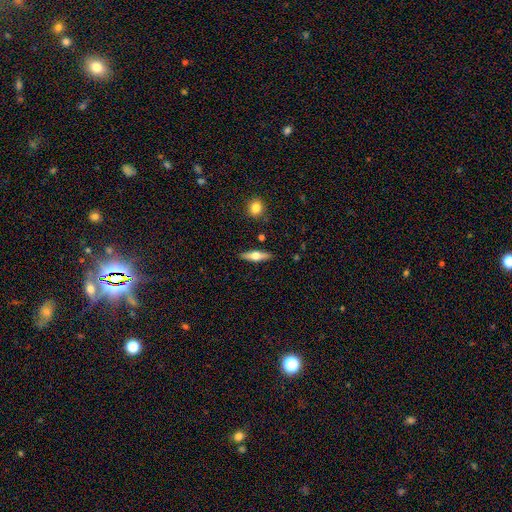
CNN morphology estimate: smooth_or_featured: featured or disk (p=0.53) [alt: smooth p=0.41]
disk_edge_on: yes (p=0.93) [alt: no p=0.07]
merging: none (p=0.88) [alt: minor disturbance p=0.08]